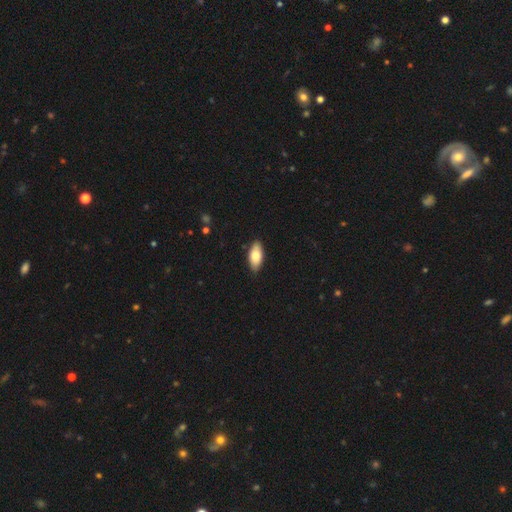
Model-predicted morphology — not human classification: A smooth galaxy with no disk features (78%) that is in between round and cigar-shaped (88%). Merging: none (88%).